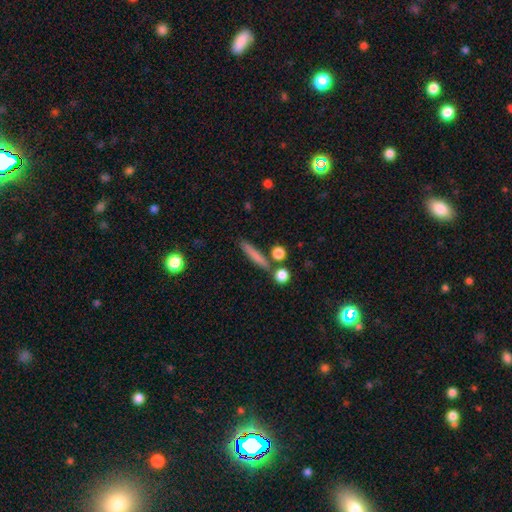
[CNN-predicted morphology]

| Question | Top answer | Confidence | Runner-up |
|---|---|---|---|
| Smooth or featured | smooth | 74% | featured or disk (18%) |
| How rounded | cigar-shaped | 88% | in between (8%) |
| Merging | none | 78% | minor disturbance (10%) |